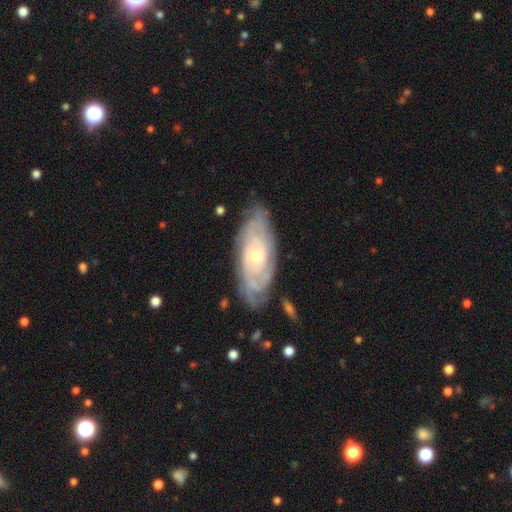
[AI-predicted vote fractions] Morphology: type=featured or disk (80%); edge-on=no (89%); bar=no (72%); spiral arms=yes (92%); winding=tight (75%); arm count=can't tell (54%); bulge=small (49%); merging=none (74%).